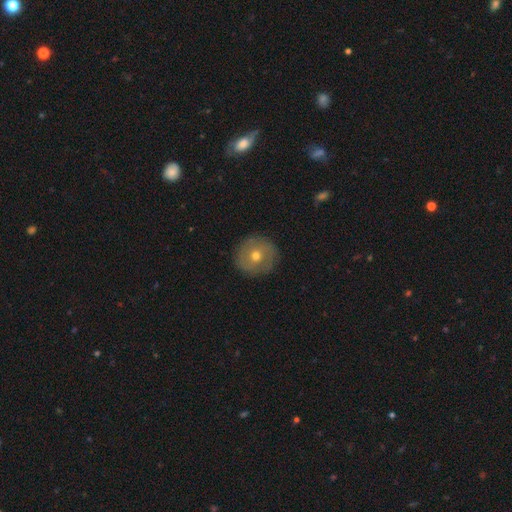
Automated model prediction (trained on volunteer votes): smooth-or-featured: smooth: 52% | featured or disk: 39% | star or artifact: 9%
  how-rounded: round: 94% | in between: 5% | cigar-shaped: 1%
  merging: none: 88% | minor disturbance: 8% | major disturbance: 2% | merger: 1%